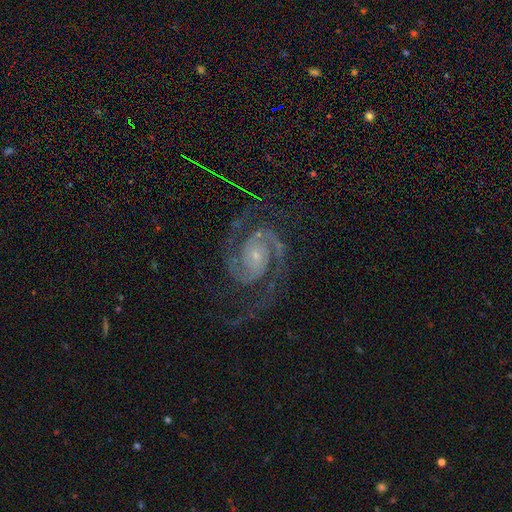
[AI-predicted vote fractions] Overall: featured or disk (93%). Edge-on disk: no (98%). Bar: no (65%). Spiral arms: yes (99%). Spiral arm count: 2 (92%). Spiral winding: medium (49%; tight 45%). Bulge size: small (77%). Merging: none (78%).